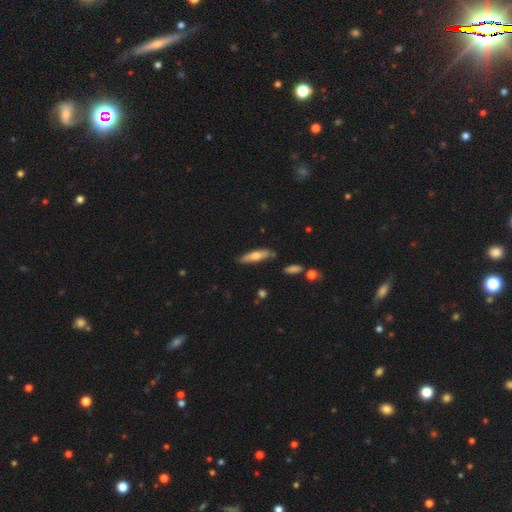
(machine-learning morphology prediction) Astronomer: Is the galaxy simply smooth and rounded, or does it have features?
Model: smooth — 66%.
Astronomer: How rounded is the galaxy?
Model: cigar-shaped — 69%.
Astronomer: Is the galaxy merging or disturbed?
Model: none — 78%.